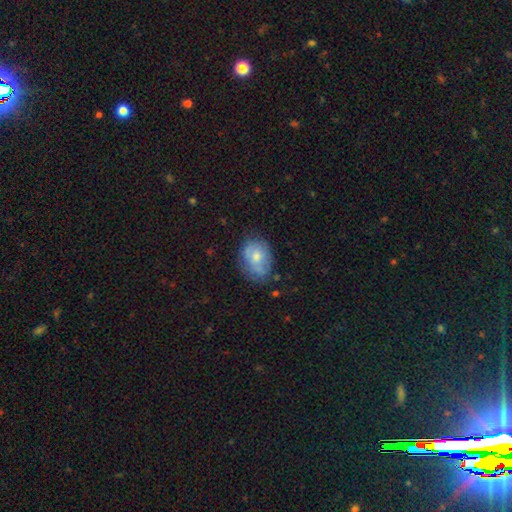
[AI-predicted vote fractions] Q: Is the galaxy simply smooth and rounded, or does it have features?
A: smooth — 59%.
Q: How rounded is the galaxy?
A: in between — 66%.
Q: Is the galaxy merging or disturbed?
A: none — 60%.